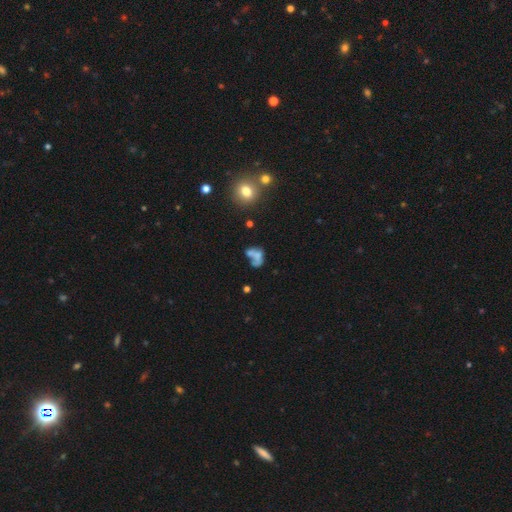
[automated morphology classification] A smooth galaxy with no disk features (53%) that is in between round and cigar-shaped (73%). Merging: merger (42%).